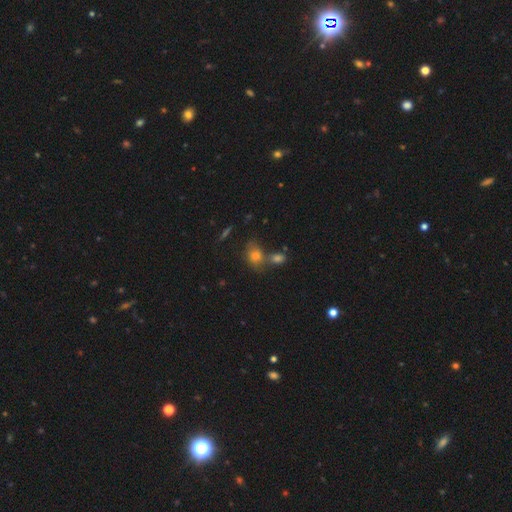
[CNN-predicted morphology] smooth 69%, star or artifact 18%, featured or disk 13%. Down the decision tree: how rounded — in between (50%); merging — none (50%).